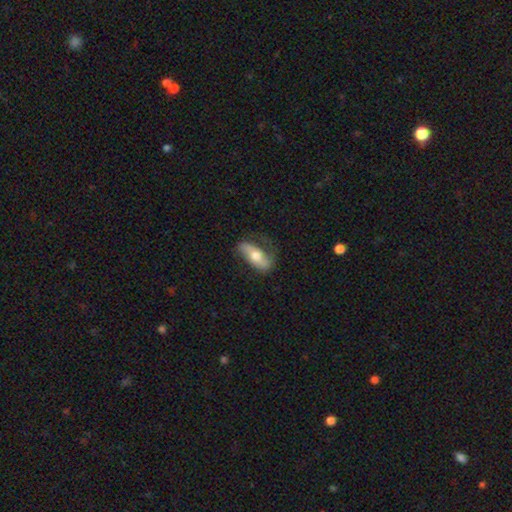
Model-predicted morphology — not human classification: Overall: smooth (48%; featured or disk 46%). Merging: none (63%; minor disturbance 24%).